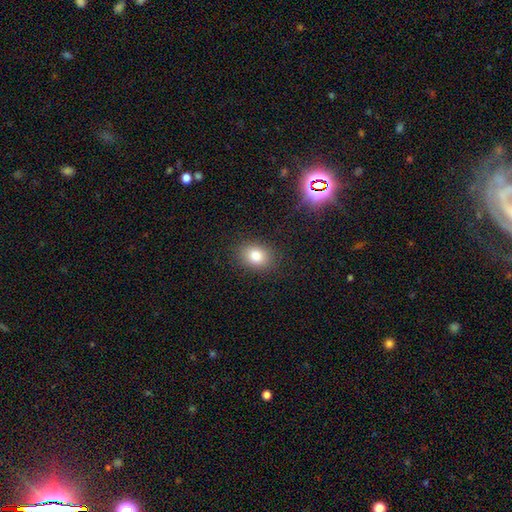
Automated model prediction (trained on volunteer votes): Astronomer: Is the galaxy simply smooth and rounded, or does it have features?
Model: smooth — 82%.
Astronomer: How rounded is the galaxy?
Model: in between — 62%.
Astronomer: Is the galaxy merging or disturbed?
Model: none — 87%.